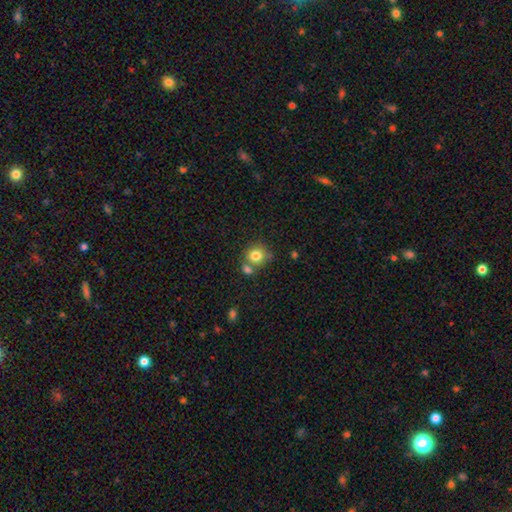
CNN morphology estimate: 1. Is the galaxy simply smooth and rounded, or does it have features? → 81% smooth, 10% star or artifact, 9% featured or disk.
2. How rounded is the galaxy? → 84% round, 15% in between, 1% cigar-shaped.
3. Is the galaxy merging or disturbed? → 58% none, 28% merger, 11% minor disturbance, 4% major disturbance.